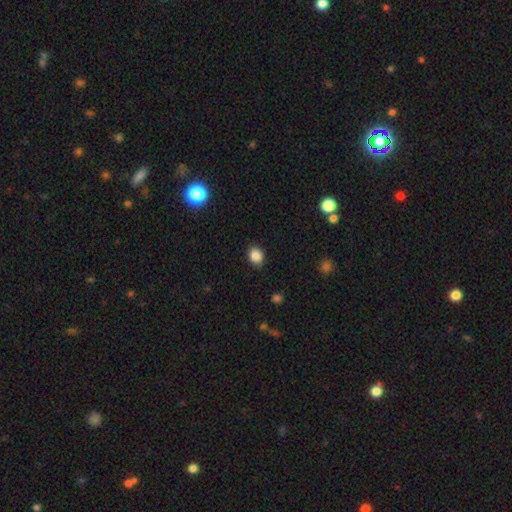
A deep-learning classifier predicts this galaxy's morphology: This is clearly a smooth galaxy (86%). How rounded: possibly round (53%). Merging: clearly none (86%).